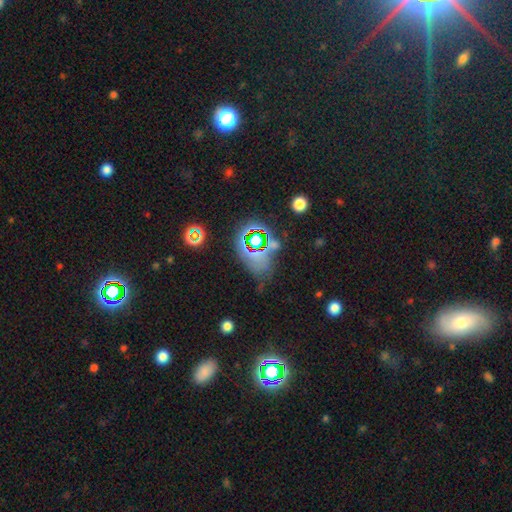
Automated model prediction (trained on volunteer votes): A star or artifact, not a galaxy (63%).

Vote fractions:
- Smooth or featured? star or artifact: 63% / smooth: 24% / featured or disk: 13%